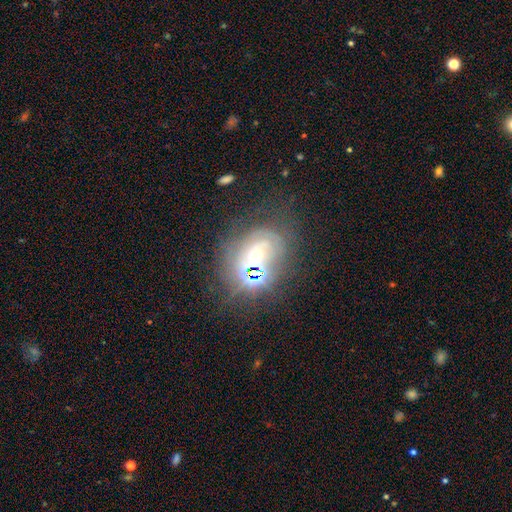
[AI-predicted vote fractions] The model was most divided on "smooth or featured": featured or disk: 45%, star or artifact: 33%, smooth: 22%. More confident: merging — none (56%).